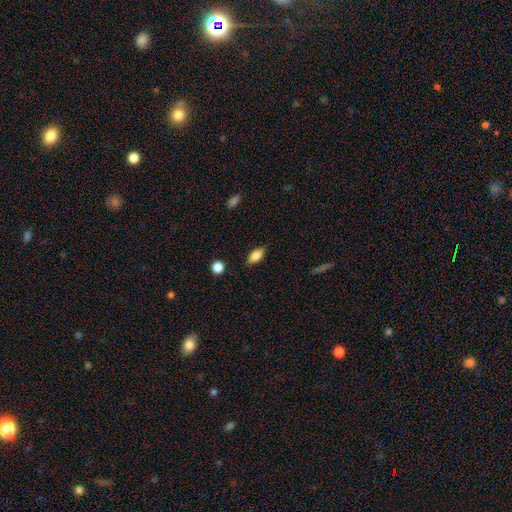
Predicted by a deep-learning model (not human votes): Q: Smooth or featured?
A: smooth (80%); runner-up: featured or disk (13%)
Q: How rounded?
A: in between (85%); runner-up: cigar-shaped (10%)
Q: Merging?
A: none (81%); runner-up: minor disturbance (15%)